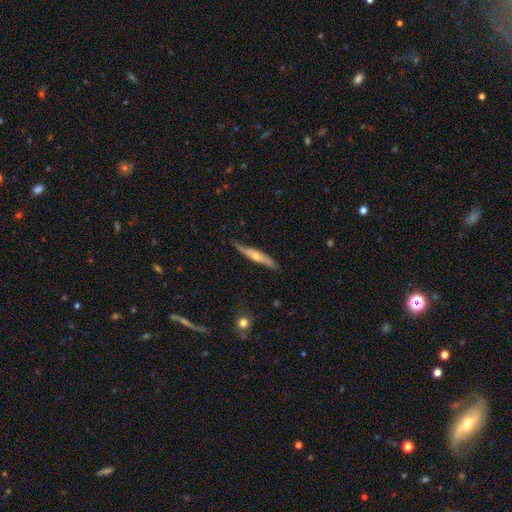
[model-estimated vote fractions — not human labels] Smooth or featured: featured or disk — 61% (smooth — 33%)
Edge-on disk: yes — 90% (no — 10%)
Edge-on bulge: rounded — 81% (none — 14%)
Merging: none — 77% (minor disturbance — 18%)